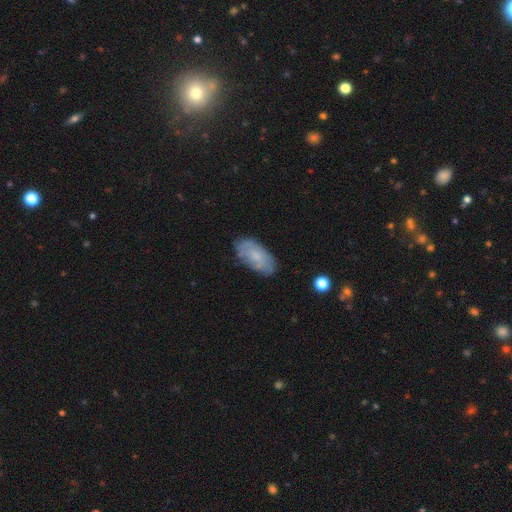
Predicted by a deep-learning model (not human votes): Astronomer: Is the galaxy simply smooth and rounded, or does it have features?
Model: smooth — 62%.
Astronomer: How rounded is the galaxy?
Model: in between — 92%.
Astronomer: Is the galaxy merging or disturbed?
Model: none — 76%.